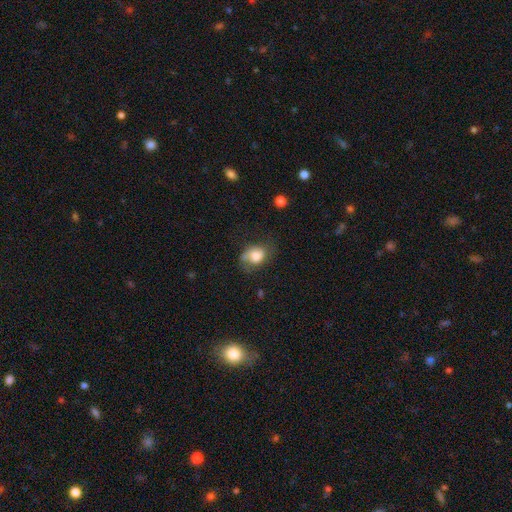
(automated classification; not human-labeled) smooth_or_featured: smooth (p=0.70) [alt: featured or disk p=0.21]
how_rounded: in between (p=0.62) [alt: round p=0.37]
merging: none (p=0.42) [alt: minor disturbance p=0.32]